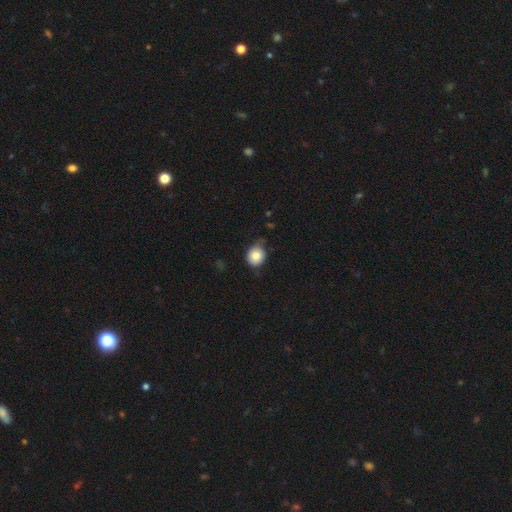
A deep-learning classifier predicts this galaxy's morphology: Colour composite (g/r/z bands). It shows a smooth galaxy with no disk features (80%) that is round (80%). Merging: none (64%).